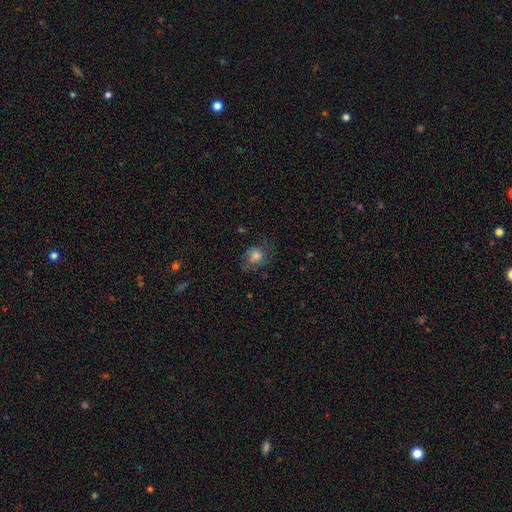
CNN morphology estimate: smooth-or-featured: smooth: 69% | featured or disk: 19% | star or artifact: 12%
  how-rounded: round: 66% | in between: 33% | cigar-shaped: 1%
  merging: none: 59% | minor disturbance: 23% | major disturbance: 16% | merger: 2%